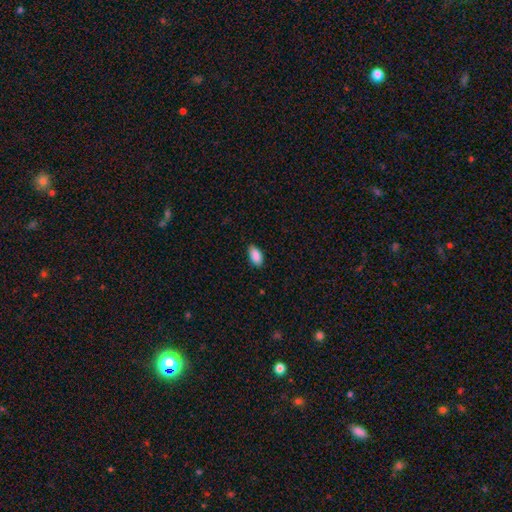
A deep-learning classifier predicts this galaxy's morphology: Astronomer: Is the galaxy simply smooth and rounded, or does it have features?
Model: smooth — 89%.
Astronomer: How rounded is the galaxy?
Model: in between — 93%.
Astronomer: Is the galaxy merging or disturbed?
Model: none — 83%.